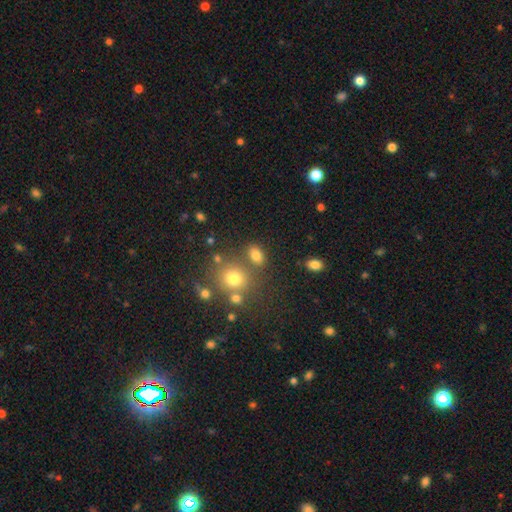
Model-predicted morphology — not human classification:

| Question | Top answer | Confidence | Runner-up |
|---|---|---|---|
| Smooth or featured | smooth | 74% | star or artifact (18%) |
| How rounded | in between | 69% | round (29%) |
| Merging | none | 69% | merger (15%) |